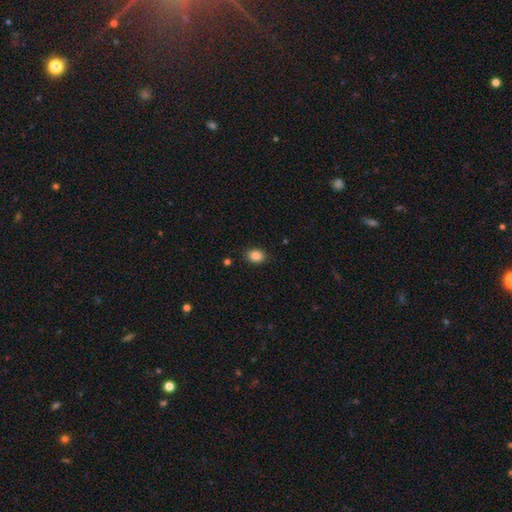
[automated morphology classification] A smooth galaxy with no disk features (86%) that is in between round and cigar-shaped (61%).

Vote fractions:
- Smooth or featured? smooth: 86% / star or artifact: 9% / featured or disk: 4%
- How rounded? in between: 61% / round: 38% / cigar-shaped: 1%
- Merging? none: 88% / minor disturbance: 8% / major disturbance: 2% / merger: 1%